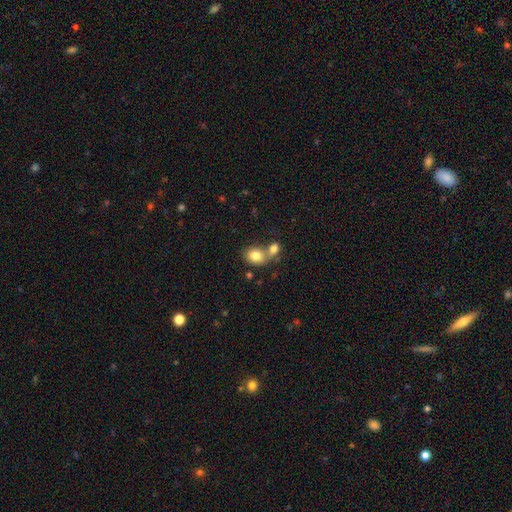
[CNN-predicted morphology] smooth-or-featured: smooth: 81% | featured or disk: 10% | star or artifact: 9%
  how-rounded: in between: 55% | round: 44% | cigar-shaped: 1%
  merging: merger: 45% | none: 41% | minor disturbance: 10% | major disturbance: 4%